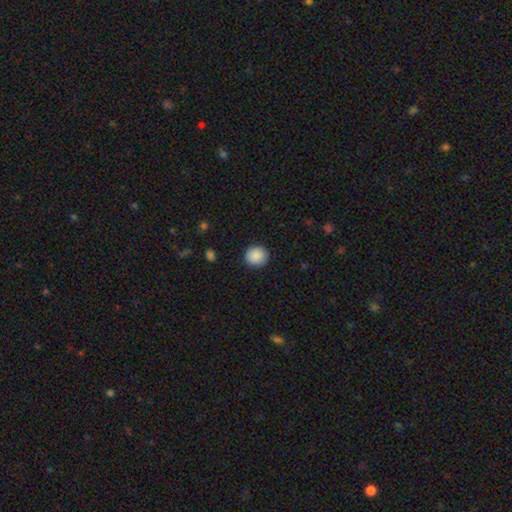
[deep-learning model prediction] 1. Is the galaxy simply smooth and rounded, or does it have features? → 89% smooth, 8% star or artifact, 3% featured or disk.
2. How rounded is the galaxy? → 85% round, 14% in between, 1% cigar-shaped.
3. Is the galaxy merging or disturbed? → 91% none, 6% minor disturbance, 2% major disturbance, 1% merger.